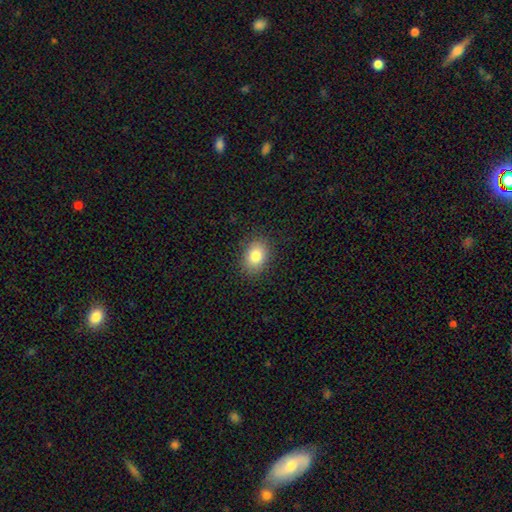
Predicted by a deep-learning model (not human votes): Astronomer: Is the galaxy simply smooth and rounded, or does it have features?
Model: smooth — 83%.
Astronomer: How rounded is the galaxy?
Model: in between — 72%.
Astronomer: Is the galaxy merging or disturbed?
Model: none — 87%.